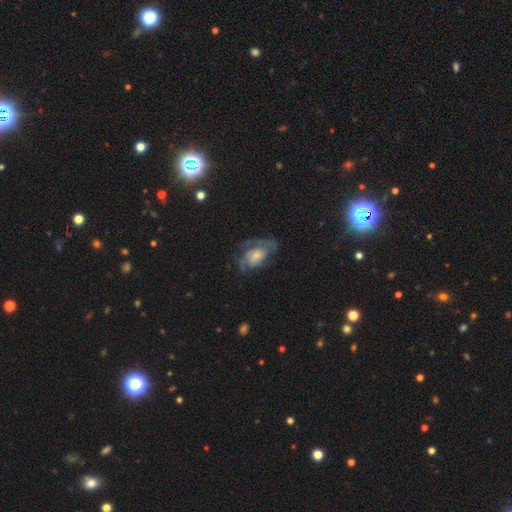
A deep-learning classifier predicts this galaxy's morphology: Overall: featured or disk (63%; smooth 30%). Edge-on disk: no (96%). Bar: no (73%). Spiral arms: yes (79%). Bulge size: small (43%; moderate 32%). Merging: none (49%; major disturbance 25%).